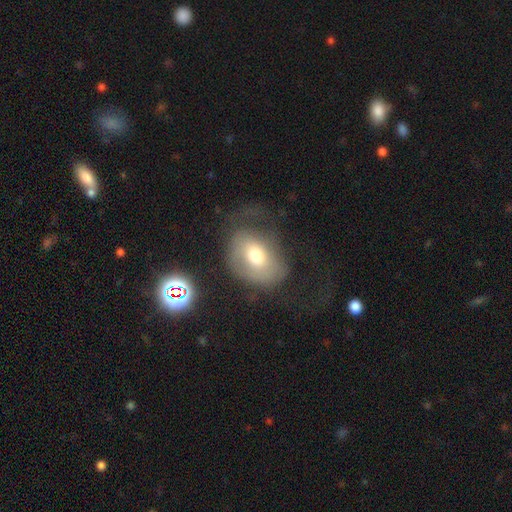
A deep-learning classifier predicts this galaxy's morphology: Q: Smooth or featured?
A: smooth (58%); runner-up: featured or disk (32%)
Q: How rounded?
A: in between (67%); runner-up: round (32%)
Q: Merging?
A: major disturbance (38%); runner-up: none (36%)